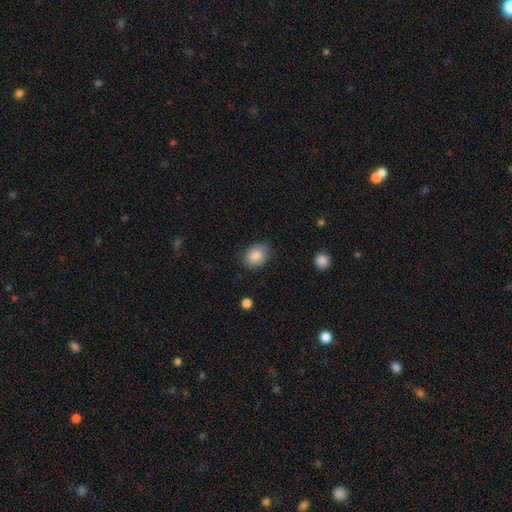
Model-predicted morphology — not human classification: Smooth or featured? smooth (86%)
How rounded? in between (55%)
Merging? none (79%)